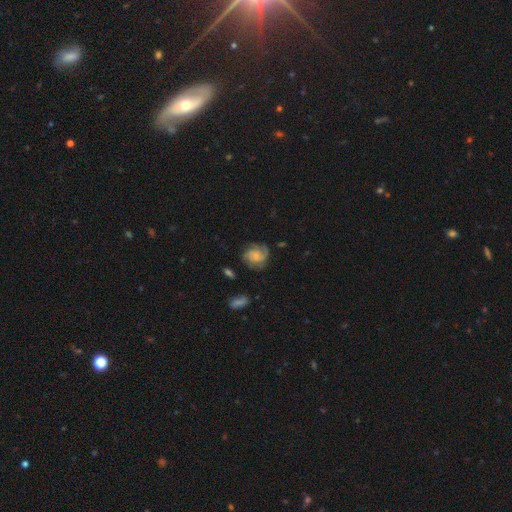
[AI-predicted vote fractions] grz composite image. It shows a featured or disk galaxy (66%) with no bar (71%), 2 (36%) tight (50%) spiral arms (92%) and a small central bulge (48%). Merging: none (67%).